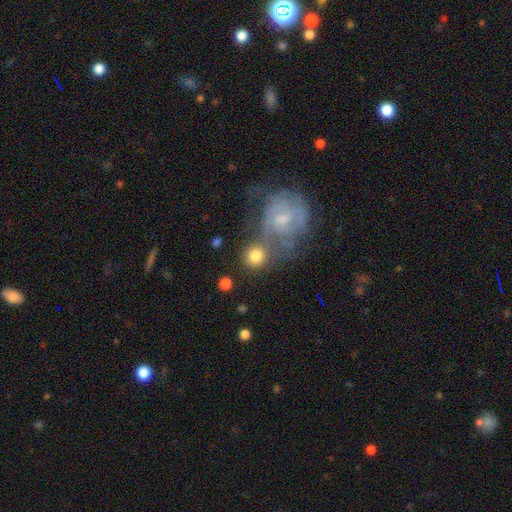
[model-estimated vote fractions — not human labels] Q: Smooth or featured?
A: smooth (71%); runner-up: featured or disk (21%)
Q: How rounded?
A: round (88%); runner-up: in between (11%)
Q: Merging?
A: none (59%); runner-up: merger (22%)